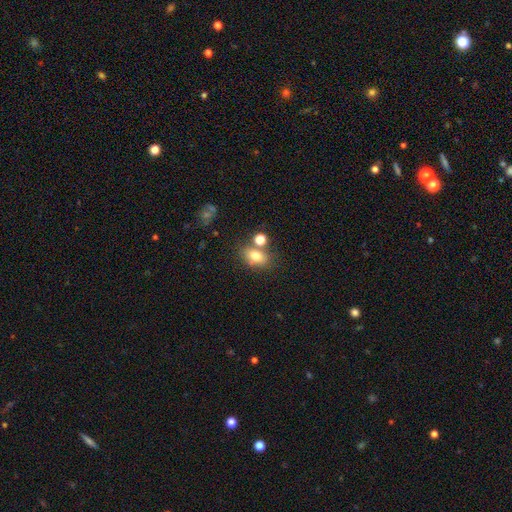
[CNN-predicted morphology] Overall: smooth (75%). How rounded: in between (68%; round 30%). Merging: none (59%; merger 21%).